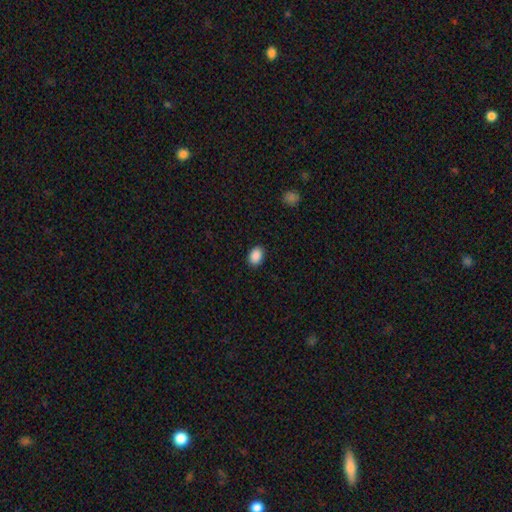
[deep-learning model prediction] smooth-or-featured: smooth: 89% | star or artifact: 8% | featured or disk: 3%
  how-rounded: in between: 76% | round: 23% | cigar-shaped: 1%
  merging: none: 89% | minor disturbance: 8% | major disturbance: 2% | merger: 1%